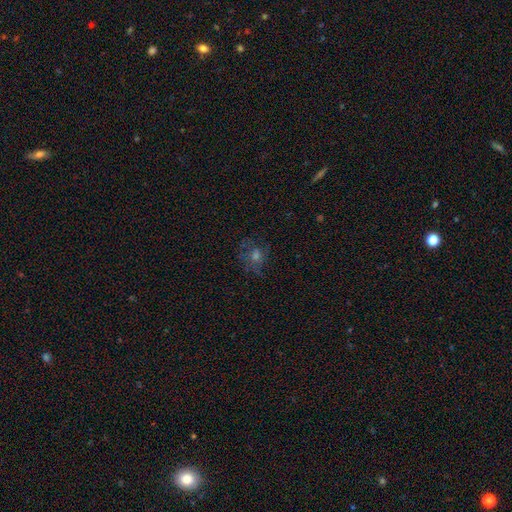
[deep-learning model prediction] Smooth or featured? smooth (41%)
Merging? none (69%)